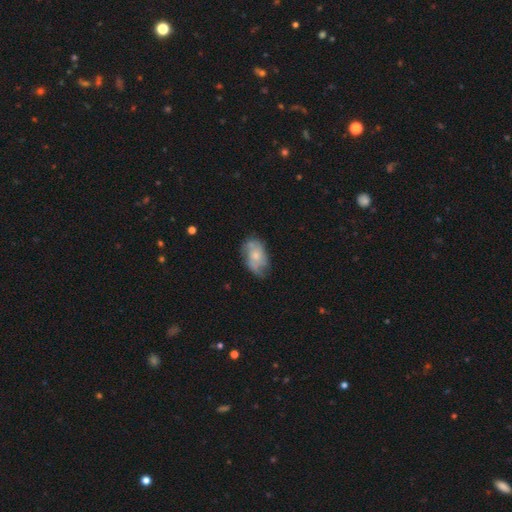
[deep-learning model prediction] smooth-or-featured: smooth: 46% (tied) | featured or disk: 46% (tied) | star or artifact: 8%
  merging: none: 52% | minor disturbance: 31% | major disturbance: 14% | merger: 3%